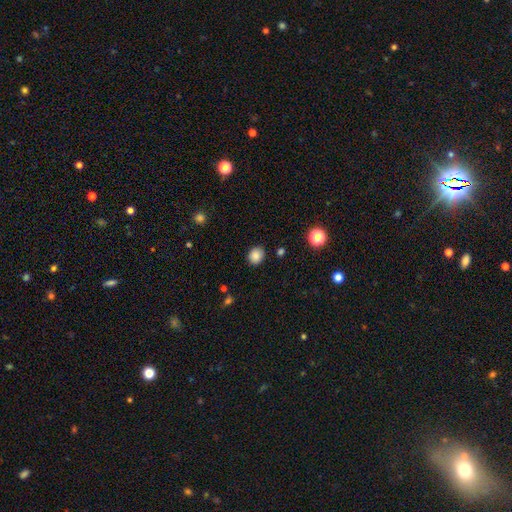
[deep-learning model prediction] smooth 85%, star or artifact 10%, featured or disk 5%. Down the decision tree: how rounded — round (71%); merging — none (88%).